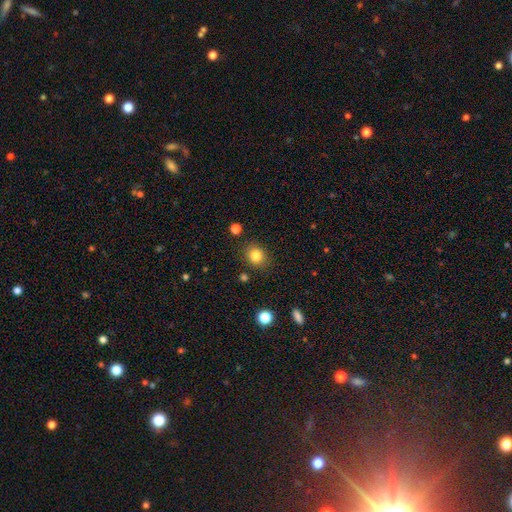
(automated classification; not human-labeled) This is clearly a smooth galaxy (83%). How rounded: likely round (72%). Merging: clearly none (84%).